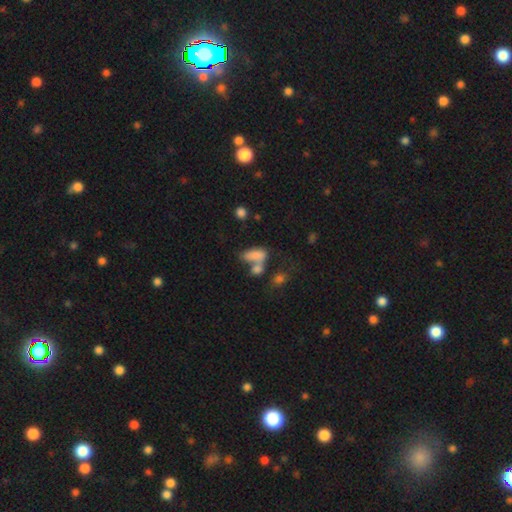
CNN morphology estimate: The model was most divided on "merging": merger: 48%, none: 25%, minor disturbance: 14%, major disturbance: 13%. More confident: how rounded — in between (83%); smooth or featured — smooth (76%).